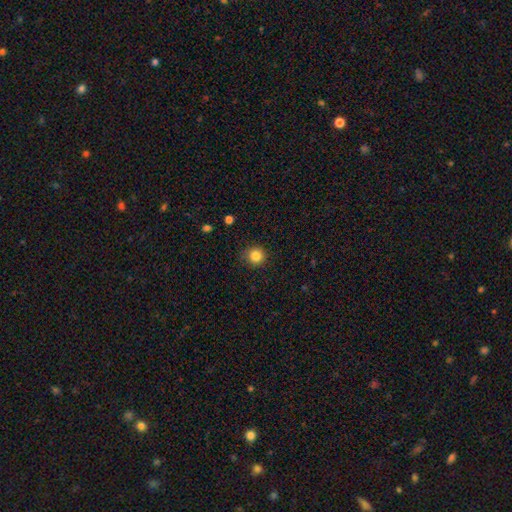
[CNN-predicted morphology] This is clearly a smooth galaxy (85%). How rounded: clearly round (92%). Merging: clearly none (86%).